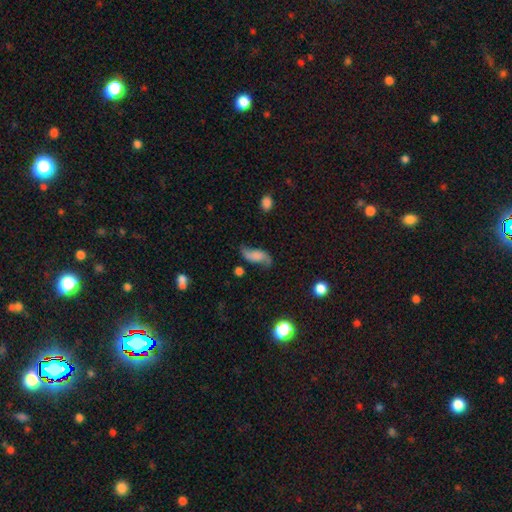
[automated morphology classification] Smooth or featured?
  - featured or disk: 64% *
  - smooth: 27%
  - star or artifact: 9%
Edge-on disk?
  - no: 94% *
  - yes: 6%
Bar?
  - no: 61% *
  - weak: 29%
  - strong: 10%
Spiral arms?
  - yes: 92% *
  - no: 8%
Spiral winding?
  - loose: 85% *
  - medium: 11%
  - tight: 4%
Spiral arm count?
  - 2: 92% *
  - 1: 3%
  - can't tell: 2%
  - 3: 1%
  - 4: 1%
  - more than 4: 1%
Bulge size?
  - none: 55% *
  - small: 16%
  - large: 12%
  - moderate: 11%
  - dominant: 6%
Merging?
  - none: 64% *
  - minor disturbance: 21%
  - major disturbance: 11%
  - merger: 4%